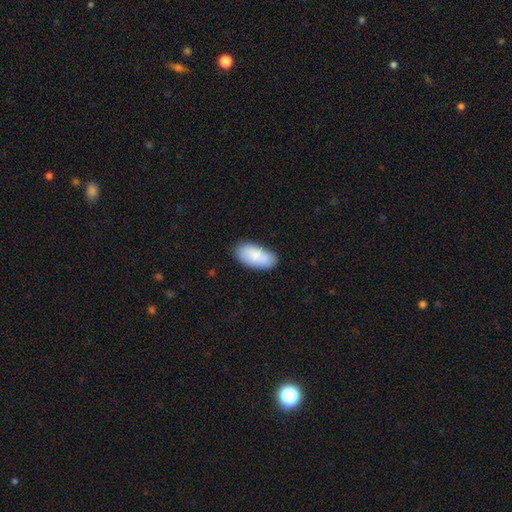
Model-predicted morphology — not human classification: This appears to be a smooth galaxy with no disk features (85%) that is in between round and cigar-shaped (93%). Merging: none (82%).